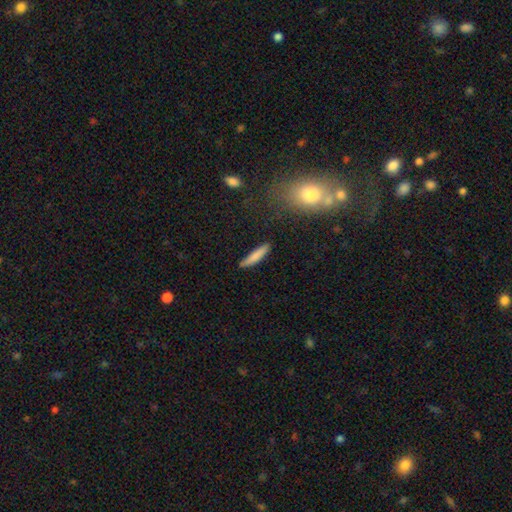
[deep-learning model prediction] The model was most divided on "smooth or featured": smooth: 82%, featured or disk: 12%, star or artifact: 6%. More confident: how rounded — cigar-shaped (87%); merging — none (86%).